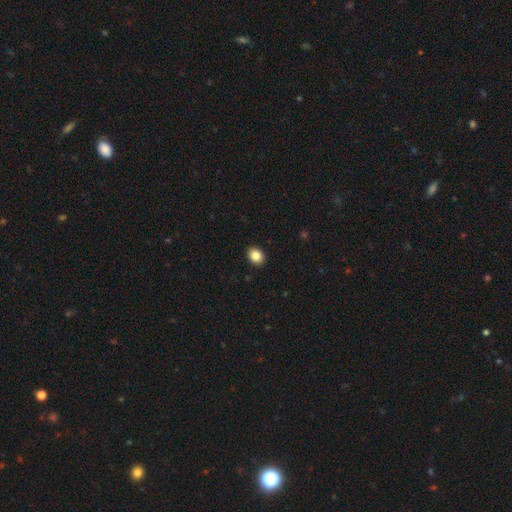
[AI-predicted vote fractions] smooth 86%, star or artifact 9%, featured or disk 6%. Down the decision tree: how rounded — in between (63%); merging — none (91%).